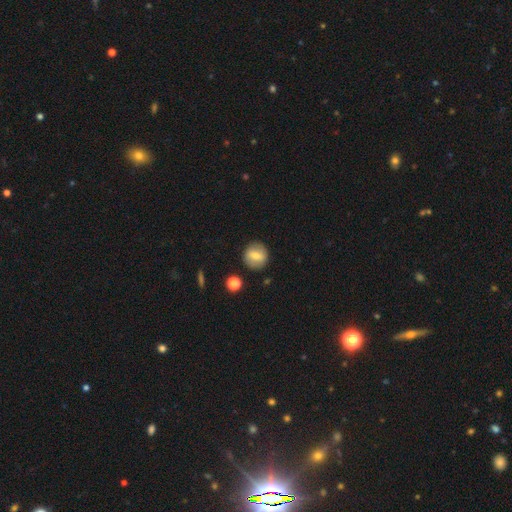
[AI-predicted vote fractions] Smooth or featured? Predicted: smooth (p=0.60). How rounded? Predicted: round (p=0.83). Merging? Predicted: none (p=0.86).